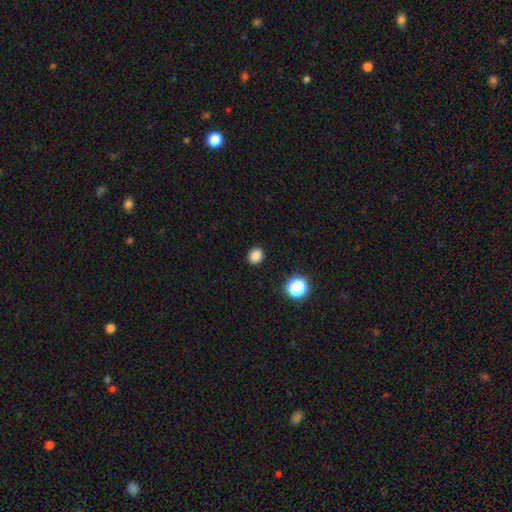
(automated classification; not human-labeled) Smooth or featured?
  - smooth: 84% *
  - star or artifact: 12%
  - featured or disk: 3%
How rounded?
  - round: 61% *
  - in between: 39%
  - cigar-shaped: 1%
Merging?
  - none: 90% *
  - minor disturbance: 6%
  - major disturbance: 2%
  - merger: 1%